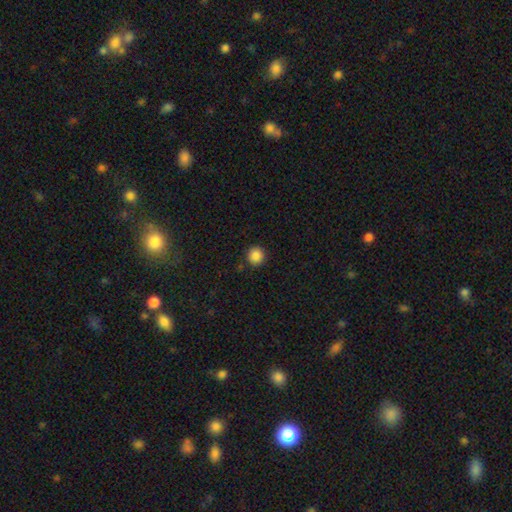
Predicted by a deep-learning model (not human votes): This appears to be a smooth galaxy with no disk features (86%) that is round (94%). Merging: none (90%).